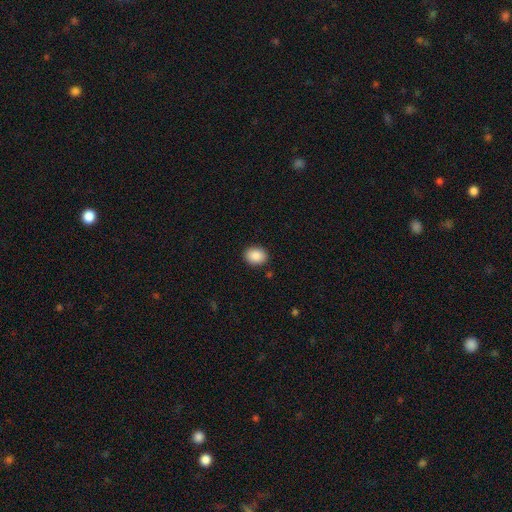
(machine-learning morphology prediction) The model was most divided on "how rounded": in between: 50%, round: 49%, cigar-shaped: 1%. More confident: merging — none (89%); smooth or featured — smooth (88%).